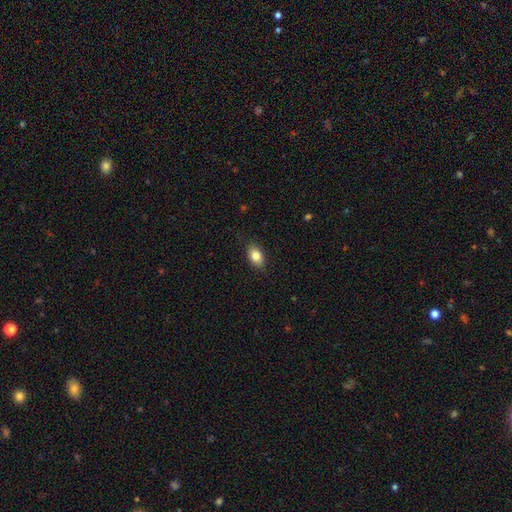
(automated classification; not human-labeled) This appears to be a smooth galaxy with no disk features (83%) that is in between round and cigar-shaped (86%). Merging: none (86%).